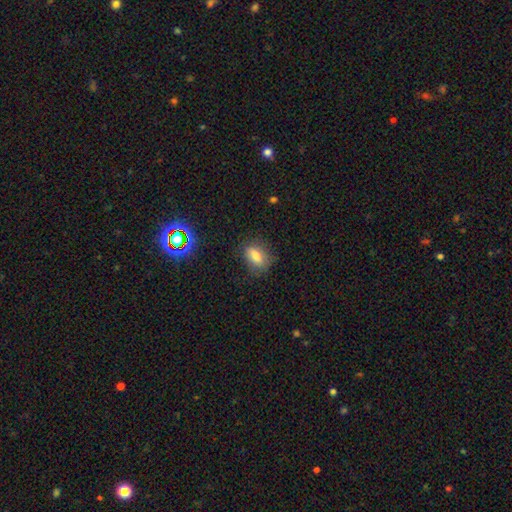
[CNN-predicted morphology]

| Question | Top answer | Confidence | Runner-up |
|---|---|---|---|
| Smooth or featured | smooth | 75% | star or artifact (13%) |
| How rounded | in between | 79% | round (14%) |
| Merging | none | 73% | minor disturbance (19%) |